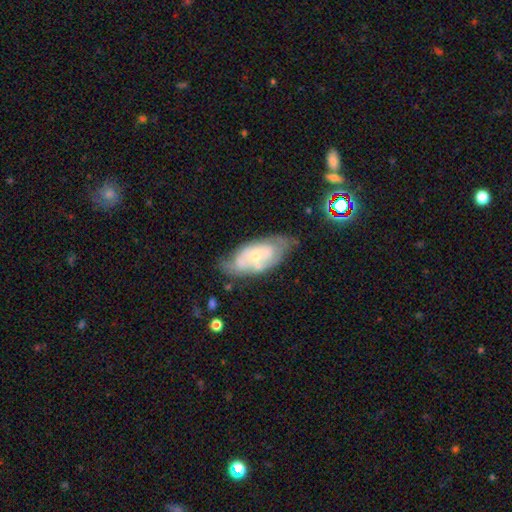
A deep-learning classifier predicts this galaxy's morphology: Q: Smooth or featured?
A: featured or disk (61%); runner-up: smooth (31%)
Q: Edge-on disk?
A: no (91%); runner-up: yes (9%)
Q: Bar?
A: no (76%); runner-up: weak (19%)
Q: Spiral arms?
A: yes (63%); runner-up: no (37%)
Q: Bulge size?
A: small (63%); runner-up: moderate (31%)
Q: Merging?
A: none (51%); runner-up: minor disturbance (28%)